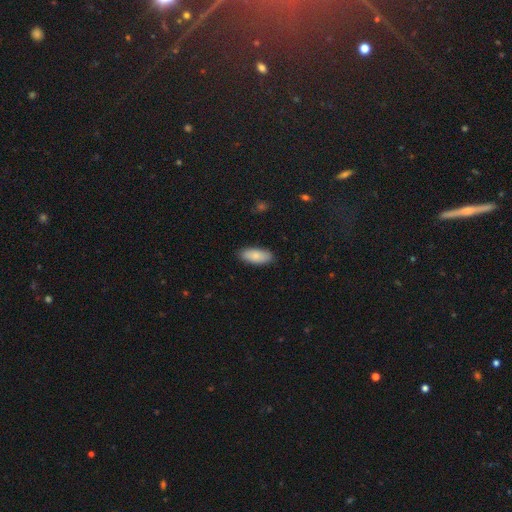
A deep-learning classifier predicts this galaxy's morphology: smooth-or-featured: smooth: 85% | featured or disk: 9% | star or artifact: 6%
  how-rounded: in between: 85% | cigar-shaped: 13% | round: 2%
  merging: none: 87% | minor disturbance: 10% | major disturbance: 2% | merger: 1%